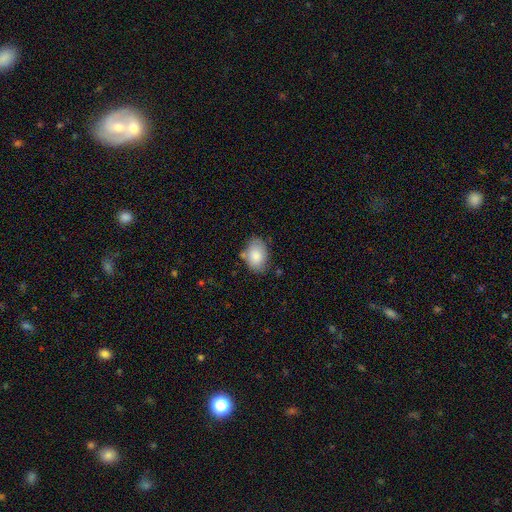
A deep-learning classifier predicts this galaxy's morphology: The model was most divided on "merging": none: 70%, minor disturbance: 21%, merger: 5%, major disturbance: 4%. More confident: how rounded — in between (86%); smooth or featured — smooth (84%).